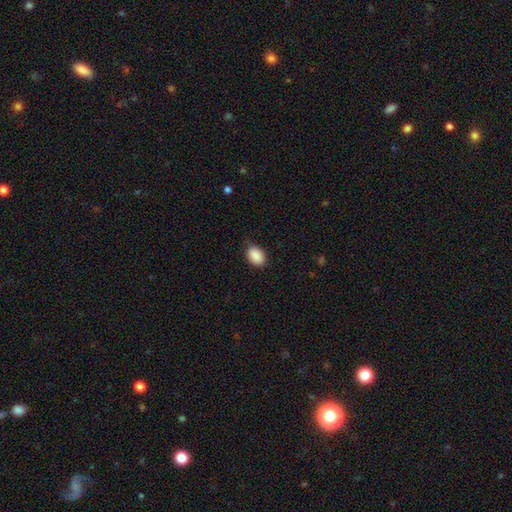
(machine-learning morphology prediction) Smooth or featured? smooth (90%)
How rounded? in between (79%)
Merging? none (84%)